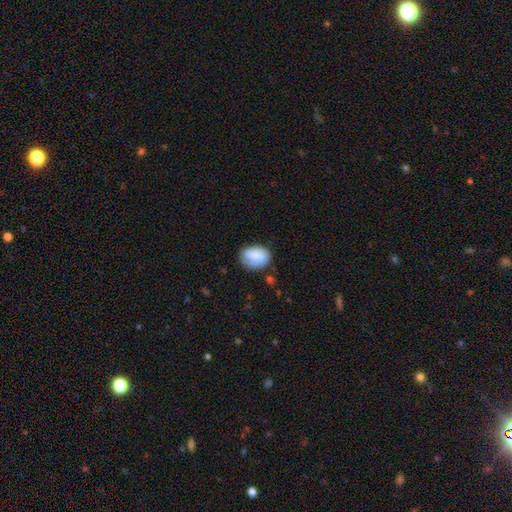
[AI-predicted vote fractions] Overall: smooth (81%). How rounded: in between (73%). Merging: none (63%; minor disturbance 27%).